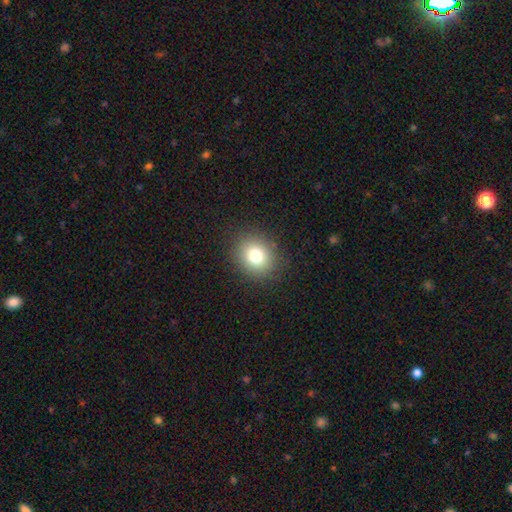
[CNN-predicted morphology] A smooth galaxy with no disk features (78%) that is round (69%).

Vote fractions:
- Smooth or featured? smooth: 78% / star or artifact: 13% / featured or disk: 9%
- How rounded? round: 69% / in between: 30% / cigar-shaped: 1%
- Merging? none: 88% / minor disturbance: 8% / major disturbance: 3% / merger: 1%